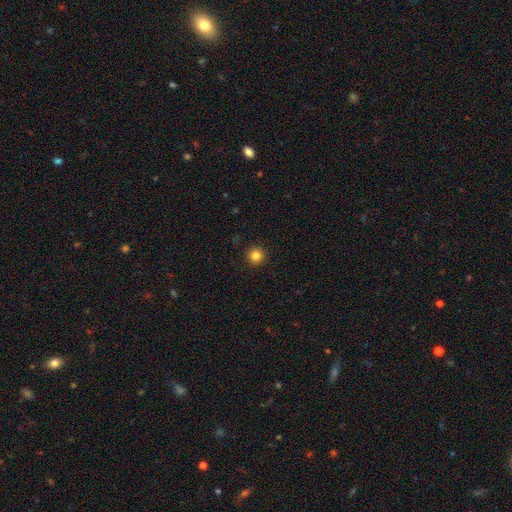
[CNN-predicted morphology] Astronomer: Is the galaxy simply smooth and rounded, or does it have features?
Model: smooth — 83%.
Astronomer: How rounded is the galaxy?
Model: round — 96%.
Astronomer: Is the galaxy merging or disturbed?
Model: none — 93%.